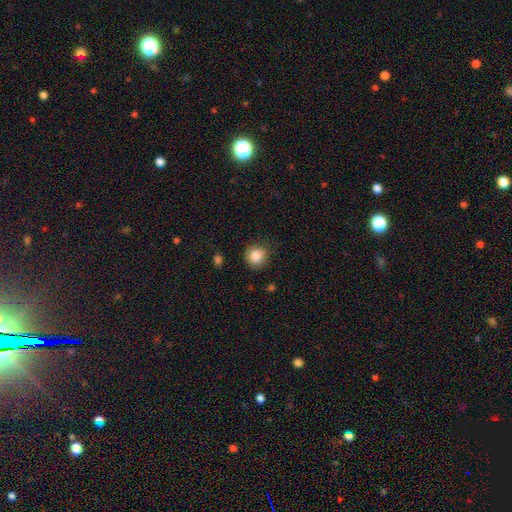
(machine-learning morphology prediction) Overall: smooth (84%). How rounded: round (89%). Merging: none (85%).